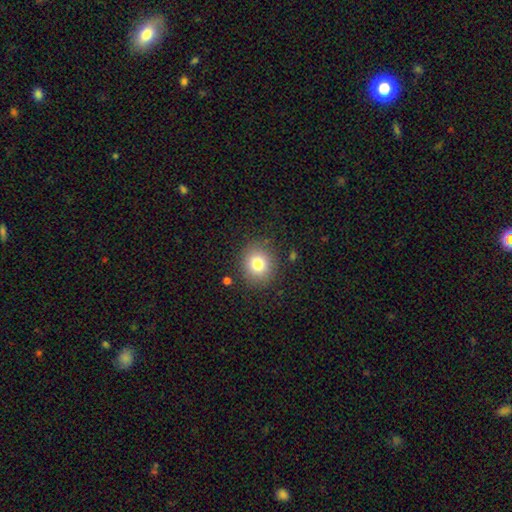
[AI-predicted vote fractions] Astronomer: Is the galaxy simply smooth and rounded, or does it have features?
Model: smooth — 79%.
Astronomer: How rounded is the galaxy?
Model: round — 85%.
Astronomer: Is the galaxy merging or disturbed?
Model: none — 88%.